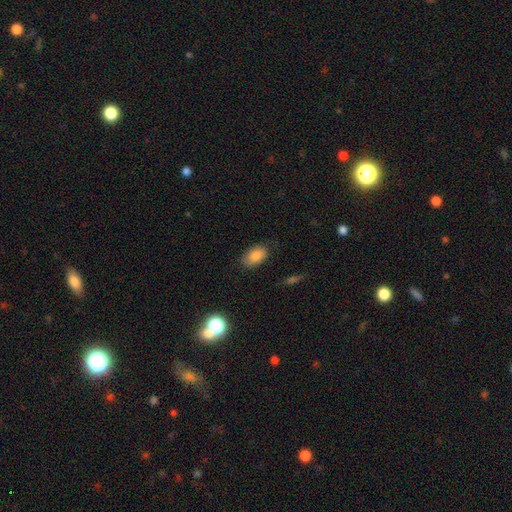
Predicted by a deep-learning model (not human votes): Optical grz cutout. It shows a smooth galaxy with no disk features (84%) that is in between round and cigar-shaped (90%). Merging: none (79%).